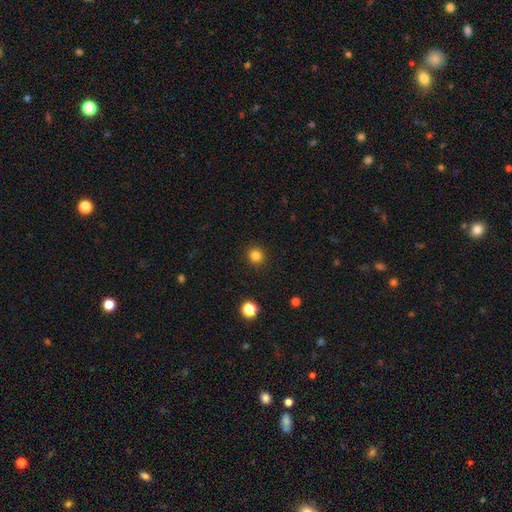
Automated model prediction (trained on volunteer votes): The model was most divided on "smooth or featured": smooth: 83%, star or artifact: 13%, featured or disk: 4%. More confident: how rounded — round (93%); merging — none (92%).